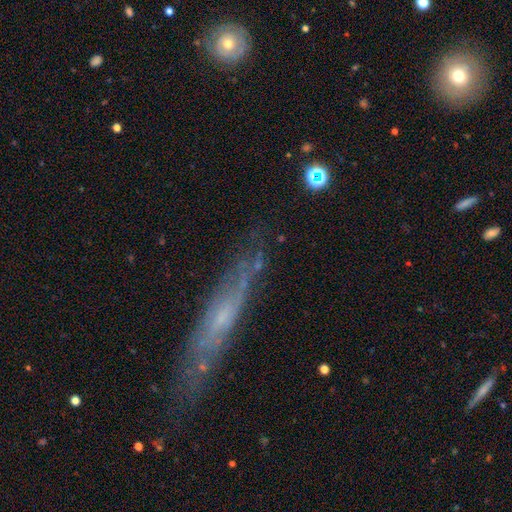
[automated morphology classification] The model was most divided on "smooth or featured": featured or disk: 58%, smooth: 32%, star or artifact: 10%. More confident: merging — none (73%); edge-on disk — yes (68%).